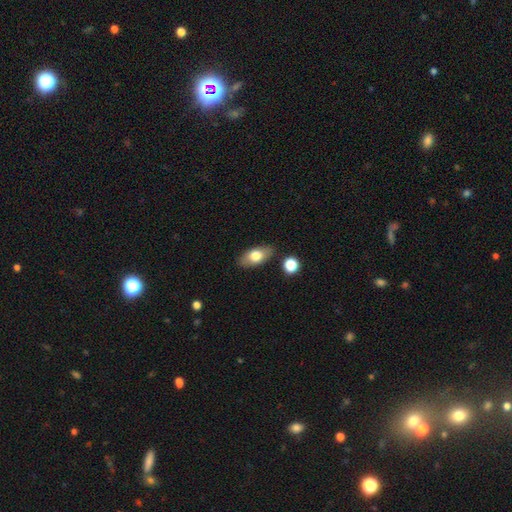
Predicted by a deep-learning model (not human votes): Smooth or featured: smooth — 75% (featured or disk — 18%)
How rounded: in between — 89% (round — 6%)
Merging: none — 82% (minor disturbance — 11%)